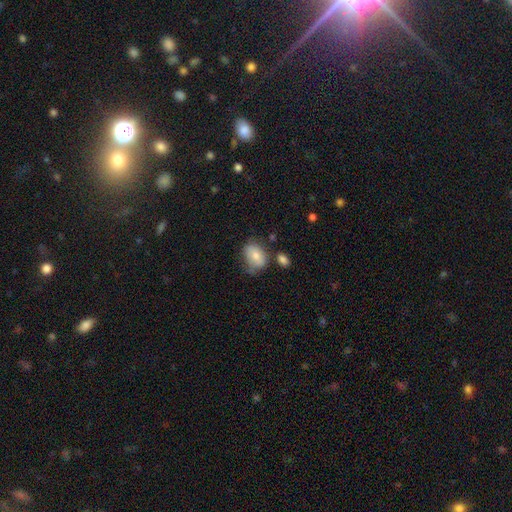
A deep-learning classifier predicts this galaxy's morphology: smooth-or-featured: smooth: 74% | featured or disk: 18% | star or artifact: 8%
  how-rounded: in between: 78% | round: 21% | cigar-shaped: 1%
  merging: none: 51% | minor disturbance: 30% | merger: 10% | major disturbance: 9%